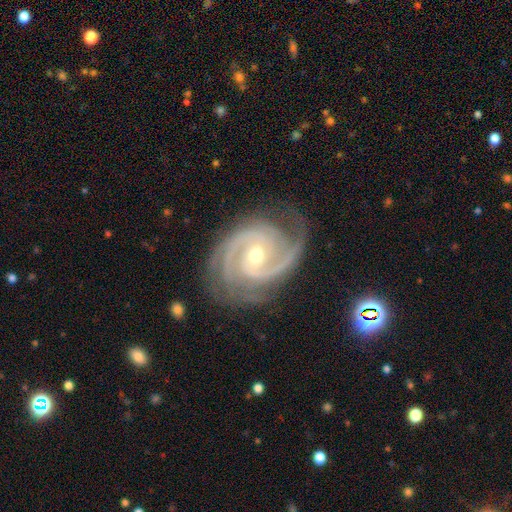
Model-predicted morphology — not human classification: A featured or disk galaxy (93%) with a weak bar (41%), 2 (44%) tight (60%) spiral arms (99%) and a moderate central bulge (53%). Merging: none (78%).